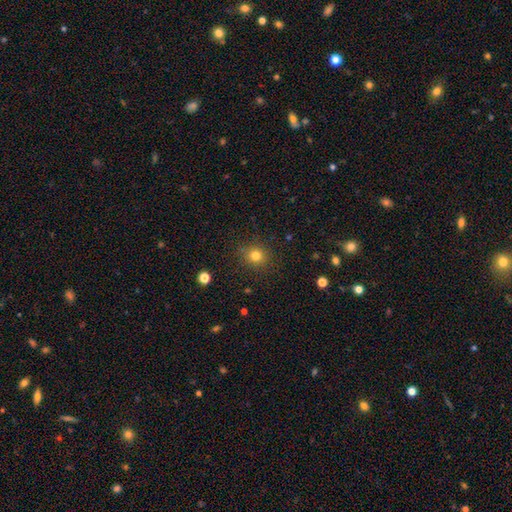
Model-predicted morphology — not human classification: This is likely a smooth galaxy (79%). How rounded: clearly round (88%). Merging: clearly none (89%).